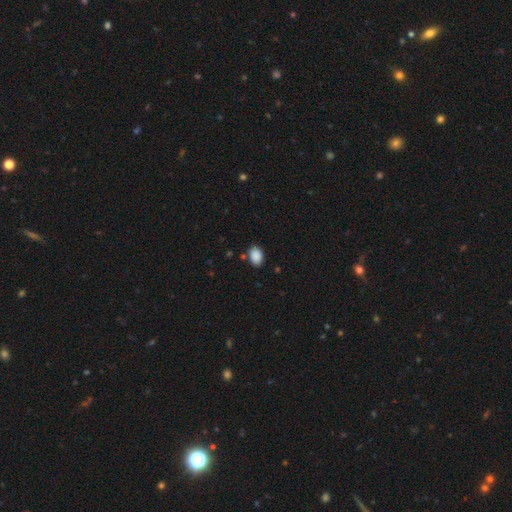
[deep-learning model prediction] Smooth or featured? Predicted: smooth (p=0.89). How rounded? Predicted: in between (p=0.81). Merging? Predicted: none (p=0.82).